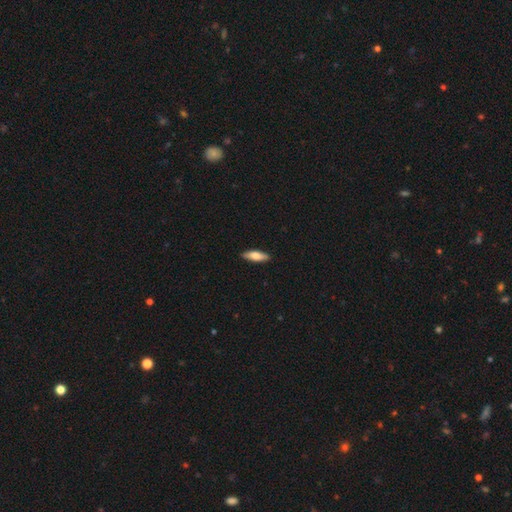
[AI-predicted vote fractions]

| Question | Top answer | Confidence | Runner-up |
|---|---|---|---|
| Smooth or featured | smooth | 73% | featured or disk (22%) |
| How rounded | in between | 52% | cigar-shaped (46%) |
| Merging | none | 89% | minor disturbance (9%) |